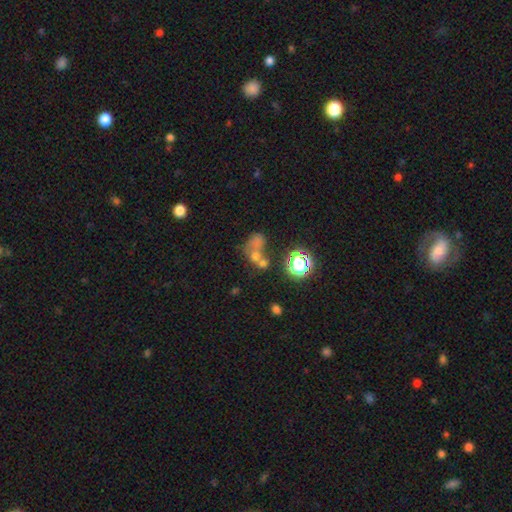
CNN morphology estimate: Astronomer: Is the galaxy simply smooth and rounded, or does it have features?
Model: smooth — 52%.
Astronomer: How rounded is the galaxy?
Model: round — 56% (runner-up: in between, 42%).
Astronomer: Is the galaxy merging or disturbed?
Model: merger — 56%.